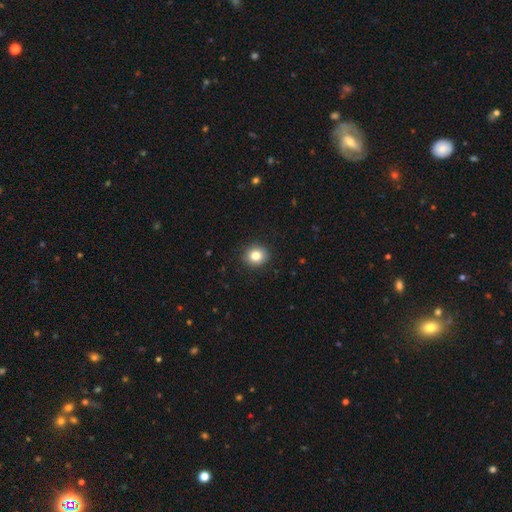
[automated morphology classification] A smooth galaxy with no disk features (84%) that is round (78%).

Vote fractions:
- Smooth or featured? smooth: 84% / star or artifact: 10% / featured or disk: 7%
- How rounded? round: 78% / in between: 21% / cigar-shaped: 1%
- Merging? none: 90% / minor disturbance: 7% / major disturbance: 2% / merger: 1%